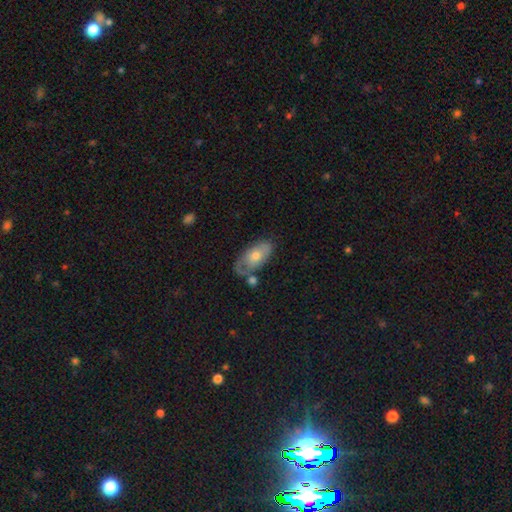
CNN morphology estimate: smooth 47%, featured or disk 46%, star or artifact 7%. Down the decision tree: merging — none (49%).